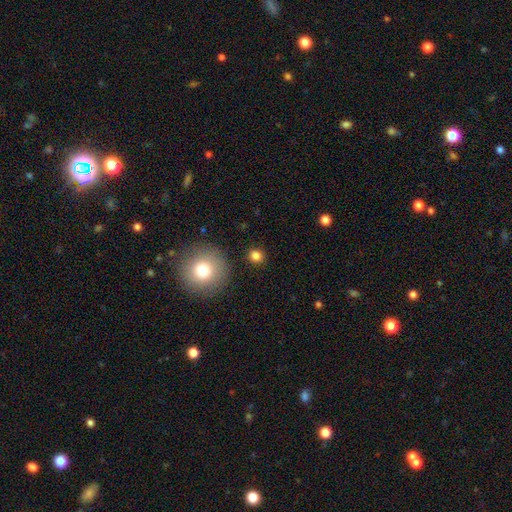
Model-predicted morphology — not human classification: Smooth or featured? Predicted: smooth (p=0.81). How rounded? Predicted: round (p=0.89). Merging? Predicted: none (p=0.89).